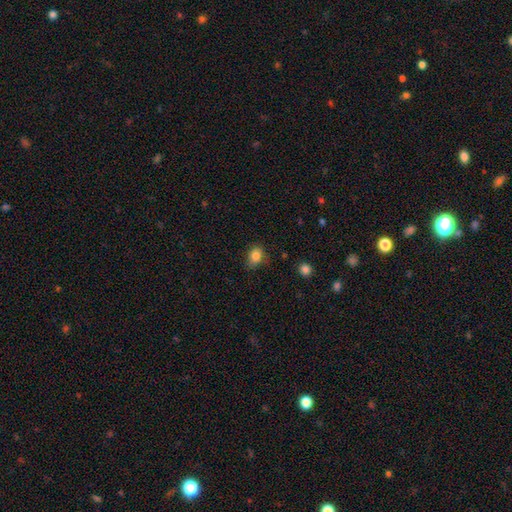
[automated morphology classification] A smooth galaxy with no disk features (84%) that is in between round and cigar-shaped (55%).

Vote fractions:
- Smooth or featured? smooth: 84% / star or artifact: 10% / featured or disk: 6%
- How rounded? in between: 55% / round: 44% / cigar-shaped: 1%
- Merging? none: 73% / minor disturbance: 21% / major disturbance: 4% / merger: 2%